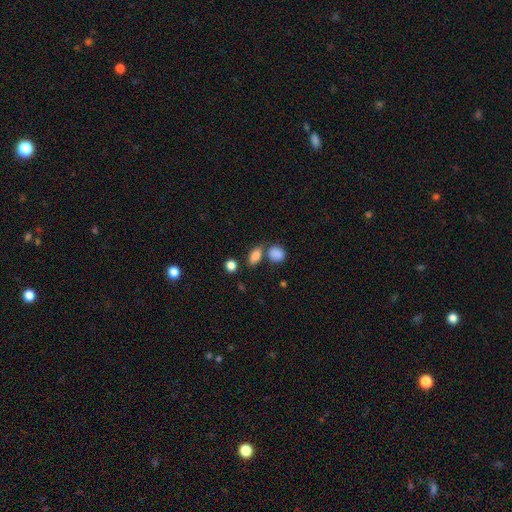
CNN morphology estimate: type=smooth (84%); roundness=in between (80%); merging=none (63%).